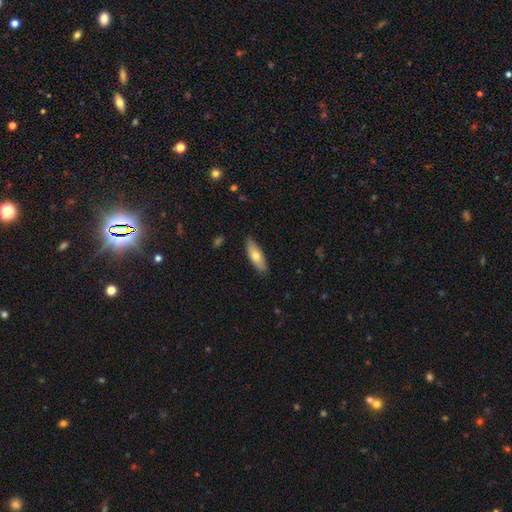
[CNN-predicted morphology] Smooth or featured? smooth (65%)
How rounded? in between (54%)
Merging? none (86%)